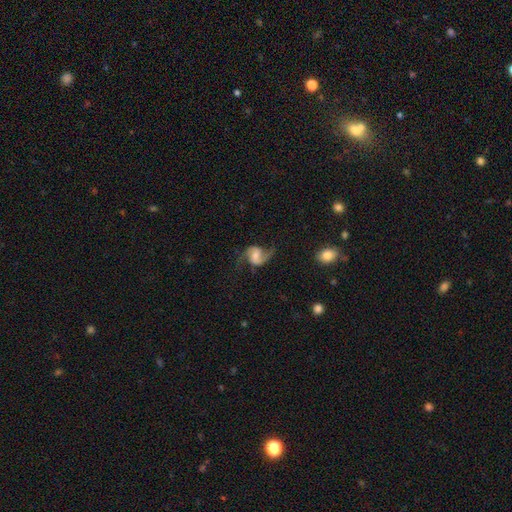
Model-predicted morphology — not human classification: This appears to be a featured or disk galaxy (83%) with a weak bar (48%), 2 (92%) loose (61%) spiral arms (96%) and a moderate central bulge (33%). Merging: none (68%).